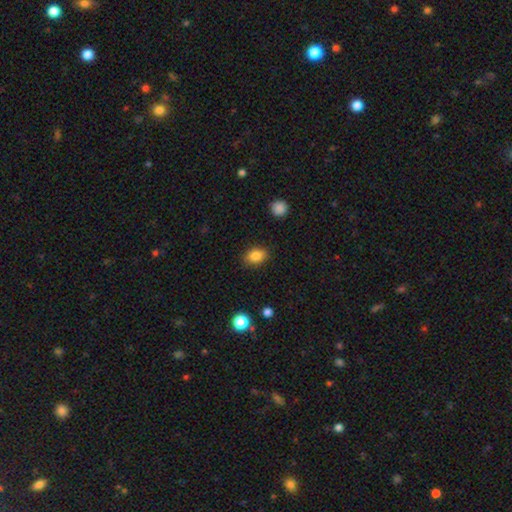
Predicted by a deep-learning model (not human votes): This appears to be a smooth galaxy with no disk features (85%) that is in between round and cigar-shaped (75%). Merging: none (86%).